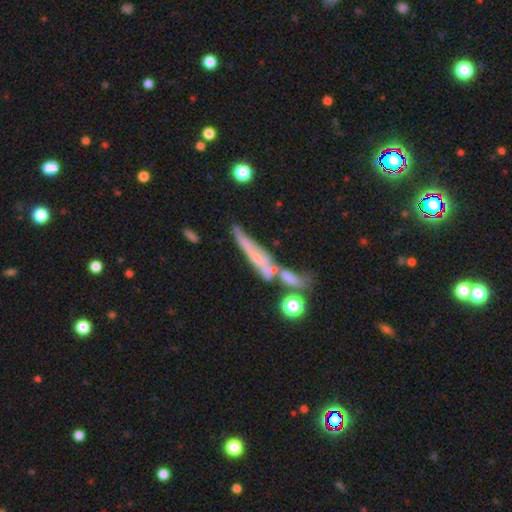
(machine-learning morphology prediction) This is possibly a featured or disk galaxy (53%). It is likely viewed edge-on (67%). Merging: marginally merger (34%, tied with none).